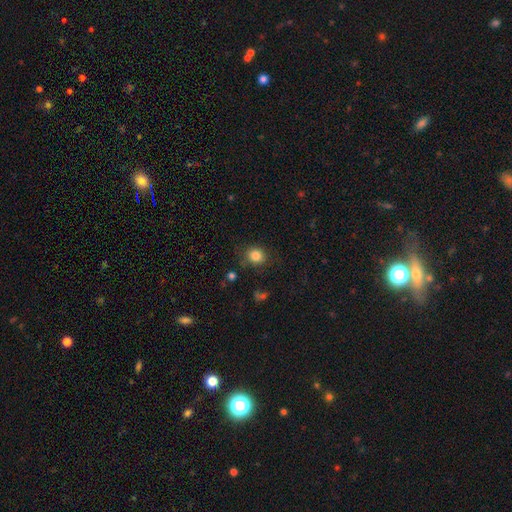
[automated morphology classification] Smooth or featured? smooth (84%)
How rounded? round (79%)
Merging? none (82%)